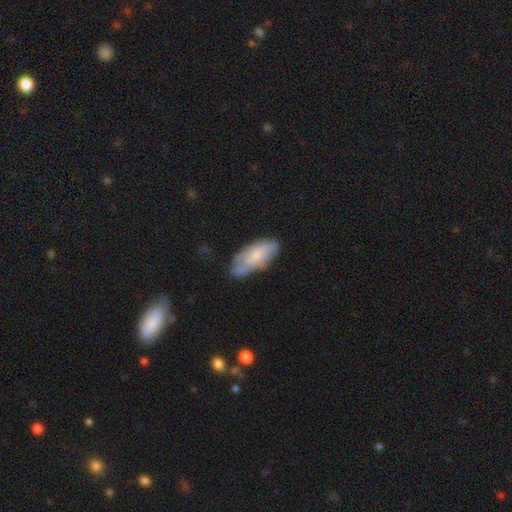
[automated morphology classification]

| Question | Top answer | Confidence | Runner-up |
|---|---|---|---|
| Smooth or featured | smooth | 60% | featured or disk (34%) |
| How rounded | in between | 86% | cigar-shaped (12%) |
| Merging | none | 52% | minor disturbance (32%) |